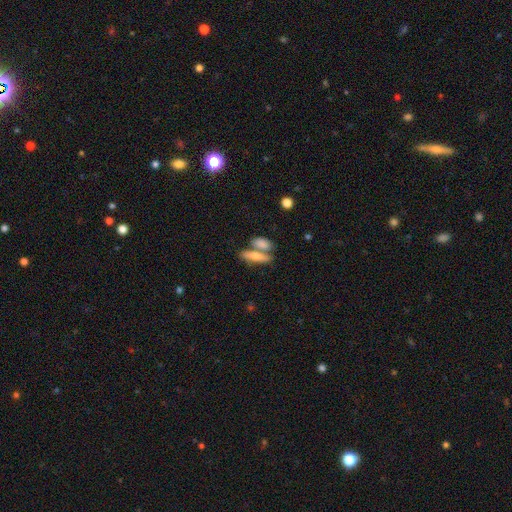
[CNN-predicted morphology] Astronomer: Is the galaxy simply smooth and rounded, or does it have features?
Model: smooth — 67%.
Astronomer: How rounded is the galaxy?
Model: in between — 48% (runner-up: cigar-shaped, 47%).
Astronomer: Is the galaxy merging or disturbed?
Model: none — 44% (runner-up: merger, 43%).